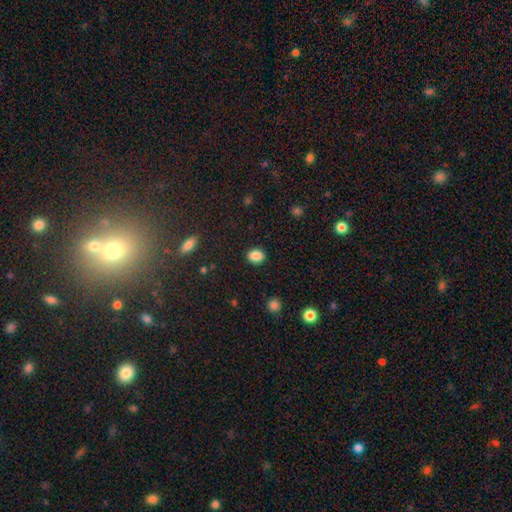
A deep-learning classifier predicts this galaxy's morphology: type=smooth (86%); roundness=round (53%); merging=none (90%).